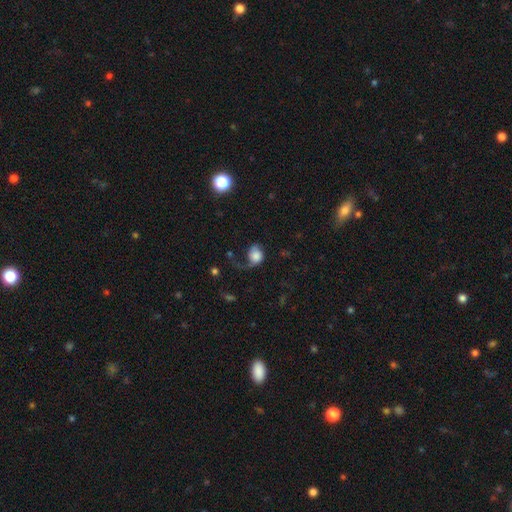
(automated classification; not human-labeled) Overall: smooth (62%; featured or disk 28%). How rounded: round (54%; in between 45%). Merging: major disturbance (51%; none 25%).